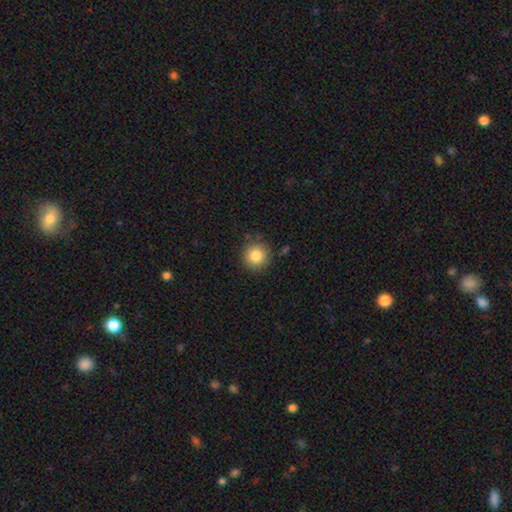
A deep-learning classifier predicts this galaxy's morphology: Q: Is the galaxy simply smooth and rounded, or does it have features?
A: smooth — 85%.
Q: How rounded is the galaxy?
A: round — 93%.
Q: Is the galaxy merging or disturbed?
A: none — 86%.